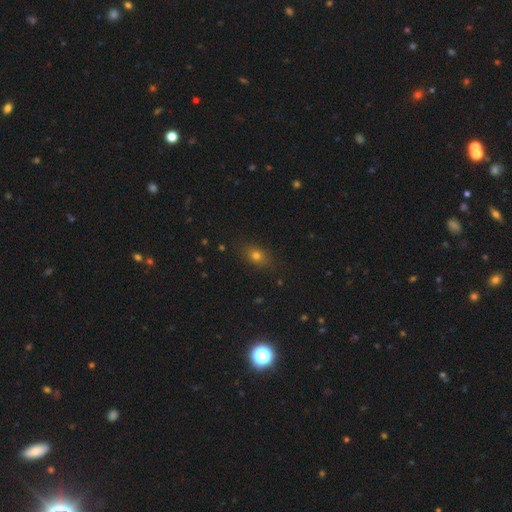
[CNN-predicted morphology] Smooth or featured? Predicted: smooth (p=0.71). How rounded? Predicted: in between (p=0.67). Merging? Predicted: none (p=0.83).